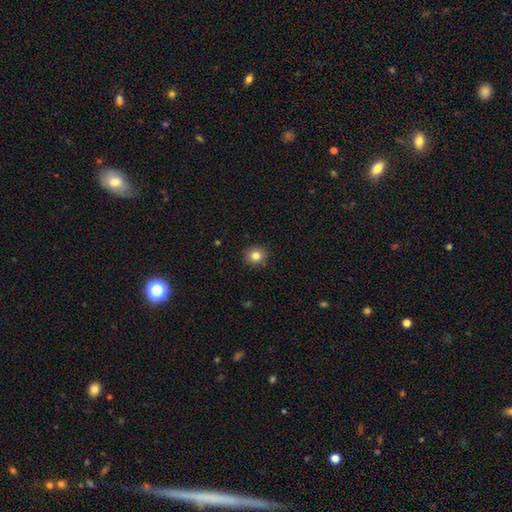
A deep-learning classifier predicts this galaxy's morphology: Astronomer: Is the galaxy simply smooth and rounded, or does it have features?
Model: smooth — 82%.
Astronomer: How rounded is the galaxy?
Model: round — 87%.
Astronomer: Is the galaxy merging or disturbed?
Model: none — 90%.